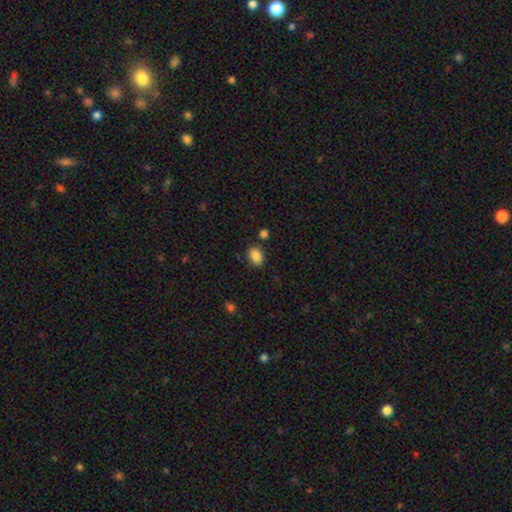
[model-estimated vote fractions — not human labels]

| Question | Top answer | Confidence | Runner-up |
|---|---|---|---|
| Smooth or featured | smooth | 87% | star or artifact (9%) |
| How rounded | in between | 79% | round (20%) |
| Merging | none | 80% | minor disturbance (12%) |